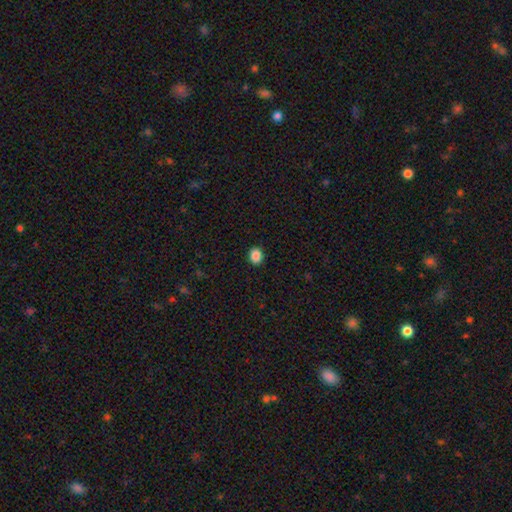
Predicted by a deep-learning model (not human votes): smooth-or-featured: smooth: 87% | star or artifact: 9% | featured or disk: 3%
  how-rounded: round: 60% | in between: 39% | cigar-shaped: 1%
  merging: none: 91% | minor disturbance: 6% | major disturbance: 2% | merger: 1%